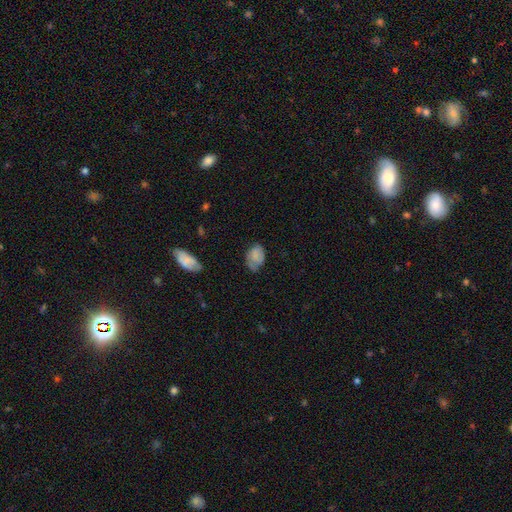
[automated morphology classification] Q: Smooth or featured?
A: smooth (73%); runner-up: featured or disk (19%)
Q: How rounded?
A: in between (85%); runner-up: round (14%)
Q: Merging?
A: none (54%); runner-up: minor disturbance (35%)